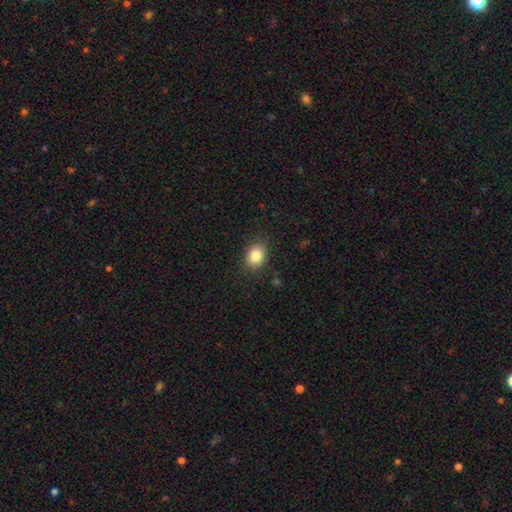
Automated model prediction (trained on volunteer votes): The model was most divided on "how rounded": in between: 60%, round: 39%, cigar-shaped: 1%. More confident: merging — none (86%); smooth or featured — smooth (85%).